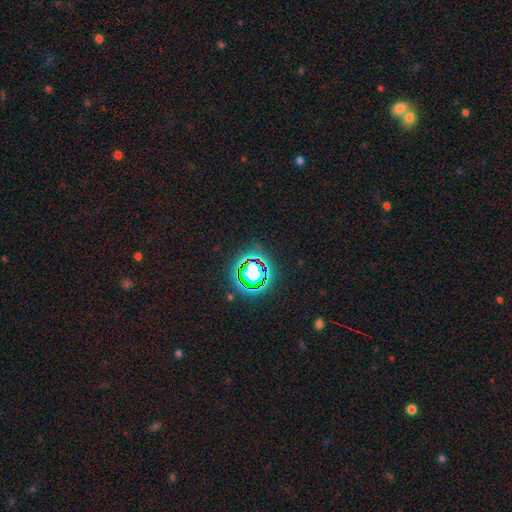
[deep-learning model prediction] Smooth or featured? Predicted: star or artifact (p=0.81).